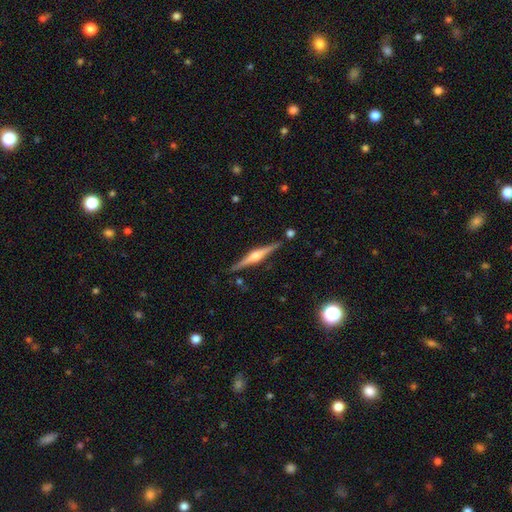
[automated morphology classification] This appears to be a featured or disk galaxy (81%) viewed edge-on (98%) with a rounded central bulge (86%). Merging: none (87%).